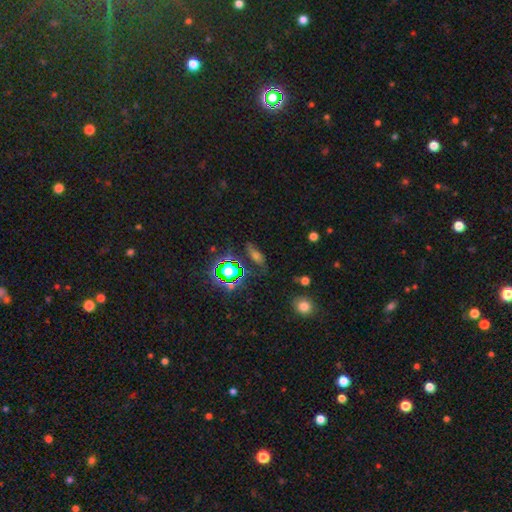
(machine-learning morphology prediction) Smooth or featured? Predicted: star or artifact (p=0.46).